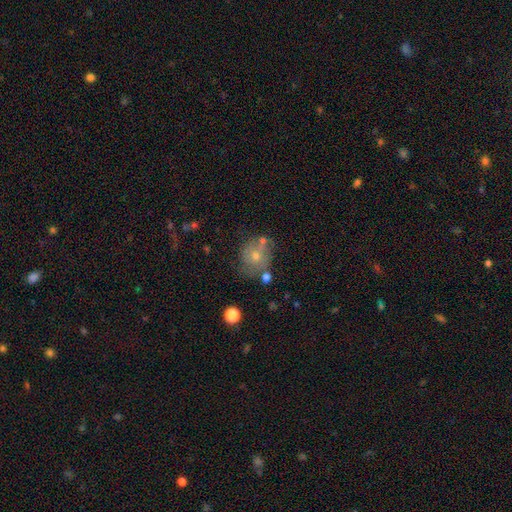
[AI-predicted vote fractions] This appears to be a smooth galaxy with no disk features (45%). Merging: none (58%).